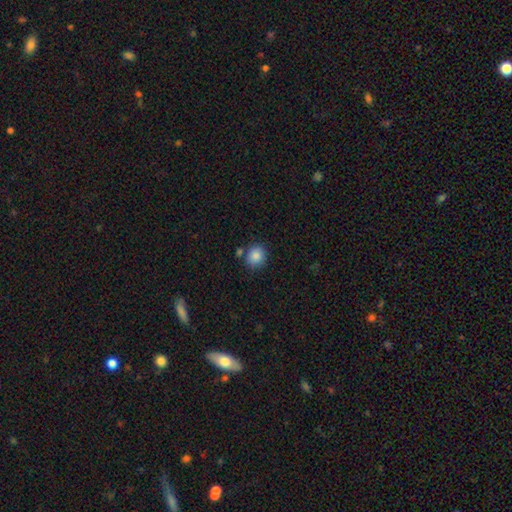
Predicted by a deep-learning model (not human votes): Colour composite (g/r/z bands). It shows a smooth galaxy with no disk features (86%) that is round (78%). Merging: none (76%).